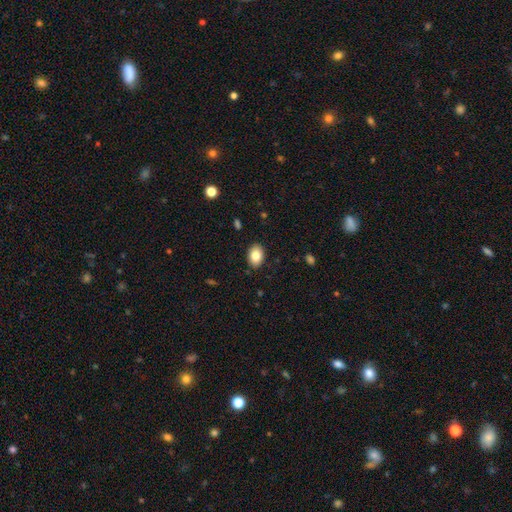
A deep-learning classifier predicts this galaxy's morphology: Q: Smooth or featured?
A: smooth (83%); runner-up: featured or disk (9%)
Q: How rounded?
A: in between (82%); runner-up: round (17%)
Q: Merging?
A: none (89%); runner-up: minor disturbance (8%)